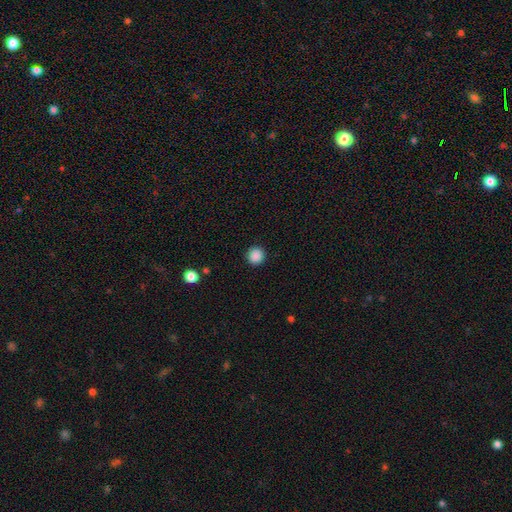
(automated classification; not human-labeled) Smooth or featured? smooth (88%)
How rounded? round (94%)
Merging? none (92%)